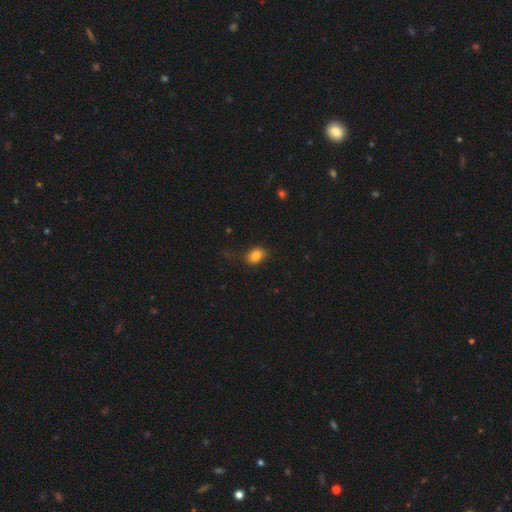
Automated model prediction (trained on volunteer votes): This appears to be a smooth galaxy with no disk features (82%) that is in between round and cigar-shaped (66%). Merging: none (68%).